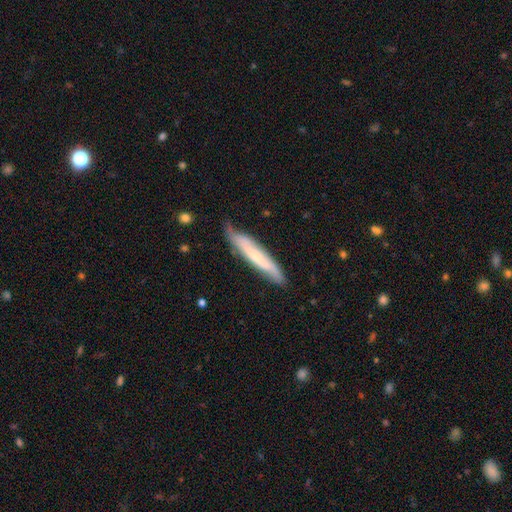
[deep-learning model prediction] A featured or disk galaxy (51%) viewed edge-on (61%). Merging: none (71%).